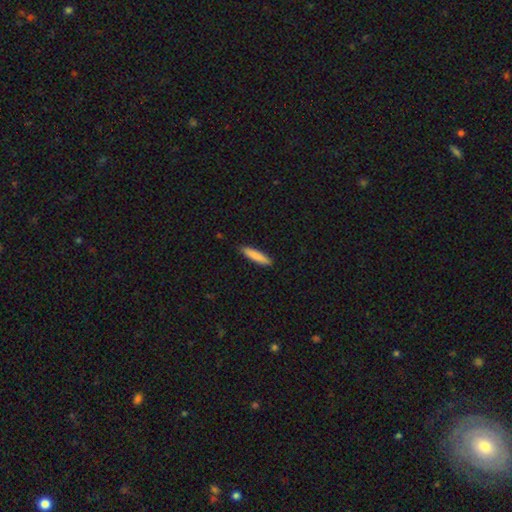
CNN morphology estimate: Smooth or featured? Predicted: smooth (p=0.85). How rounded? Predicted: cigar-shaped (p=0.85). Merging? Predicted: none (p=0.89).